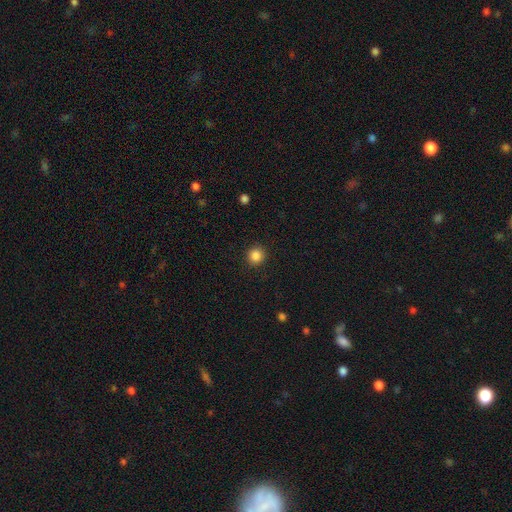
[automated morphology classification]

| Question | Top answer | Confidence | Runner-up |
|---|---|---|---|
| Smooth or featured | smooth | 86% | star or artifact (11%) |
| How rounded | round | 93% | in between (6%) |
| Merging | none | 92% | minor disturbance (5%) |